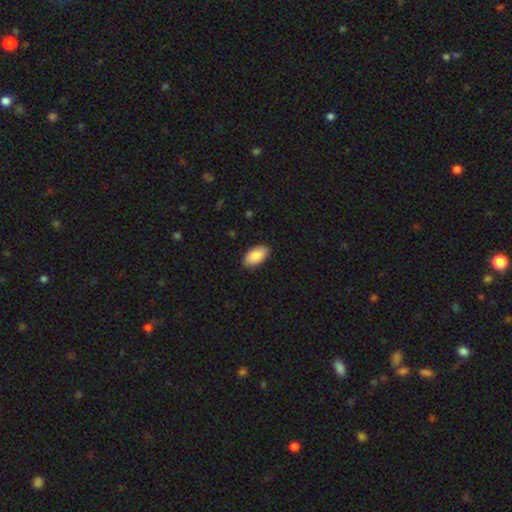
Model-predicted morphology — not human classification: type=smooth (88%); roundness=in between (95%); merging=none (86%).